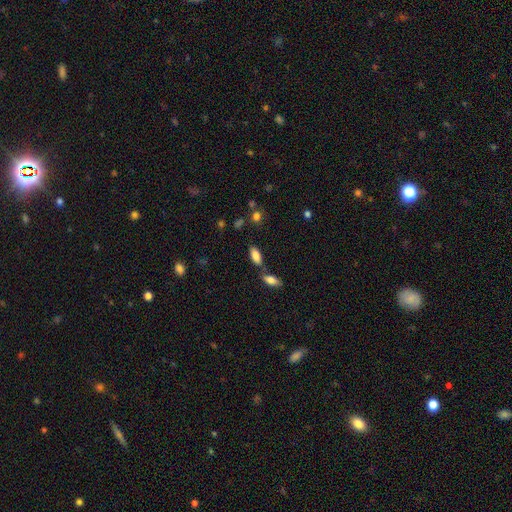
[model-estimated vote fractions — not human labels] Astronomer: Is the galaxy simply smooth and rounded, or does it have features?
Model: smooth — 82%.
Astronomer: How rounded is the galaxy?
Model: in between — 82%.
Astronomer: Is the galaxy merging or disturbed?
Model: none — 65%.